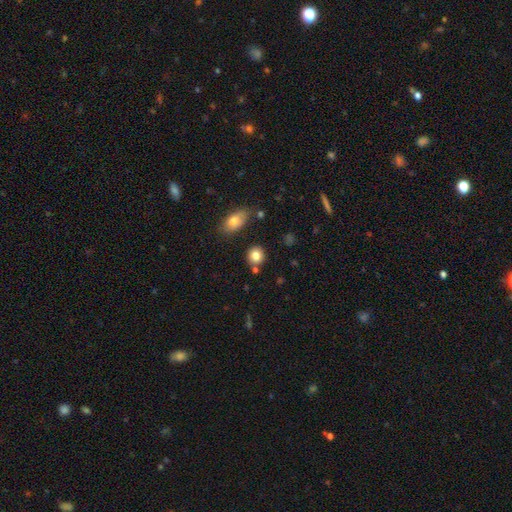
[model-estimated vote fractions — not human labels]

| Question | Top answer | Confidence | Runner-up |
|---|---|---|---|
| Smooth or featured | smooth | 83% | star or artifact (10%) |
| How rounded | round | 83% | in between (16%) |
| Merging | none | 79% | minor disturbance (10%) |